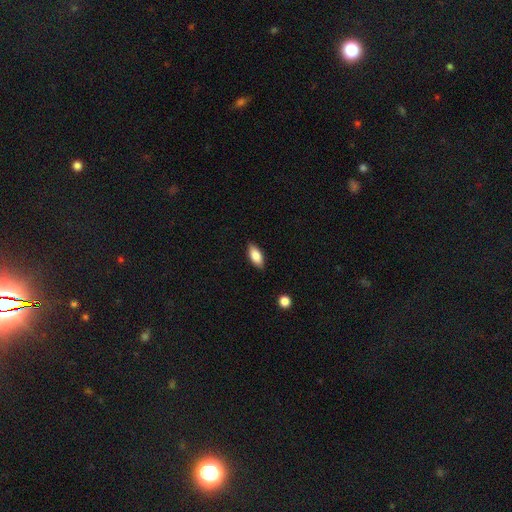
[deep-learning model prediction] This appears to be a smooth galaxy with no disk features (83%) that is in between round and cigar-shaped (87%). Merging: none (86%).